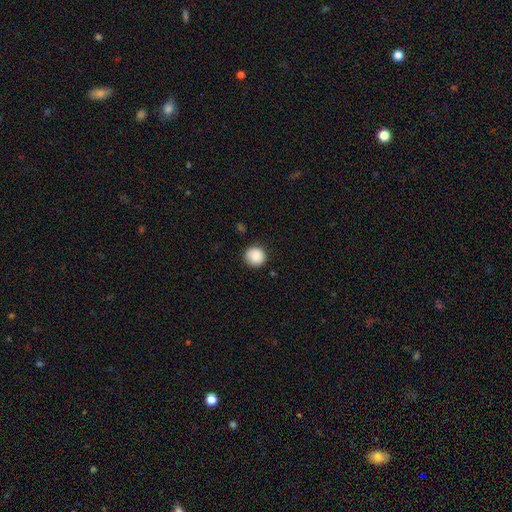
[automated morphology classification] Overall: smooth (88%). How rounded: round (94%). Merging: none (89%).